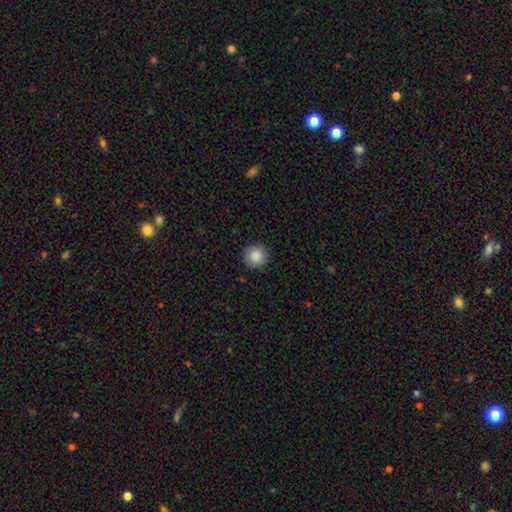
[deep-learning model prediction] Q: Smooth or featured?
A: smooth (88%); runner-up: star or artifact (8%)
Q: How rounded?
A: round (94%); runner-up: in between (5%)
Q: Merging?
A: none (91%); runner-up: minor disturbance (7%)